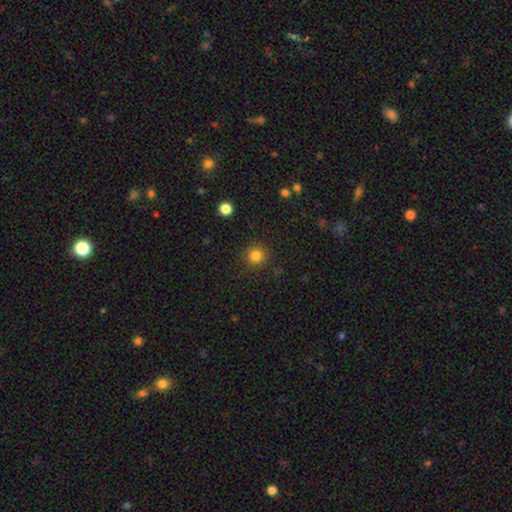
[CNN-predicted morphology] Smooth or featured?
  - smooth: 83% *
  - star or artifact: 13%
  - featured or disk: 5%
How rounded?
  - round: 93% *
  - in between: 6%
  - cigar-shaped: 1%
Merging?
  - none: 89% *
  - minor disturbance: 7%
  - major disturbance: 3%
  - merger: 1%